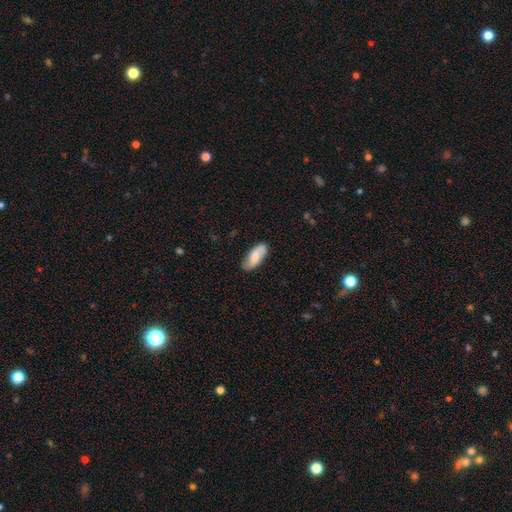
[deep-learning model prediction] smooth_or_featured: smooth (p=0.59) [alt: featured or disk p=0.35]
how_rounded: in between (p=0.81) [alt: cigar-shaped p=0.16]
merging: none (p=0.81) [alt: minor disturbance p=0.15]